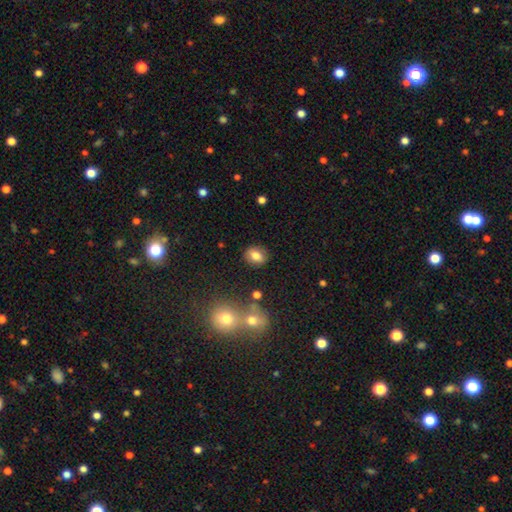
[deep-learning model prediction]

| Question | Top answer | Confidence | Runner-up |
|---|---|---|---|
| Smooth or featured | smooth | 79% | featured or disk (11%) |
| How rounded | in between | 52% | round (46%) |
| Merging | none | 86% | minor disturbance (8%) |